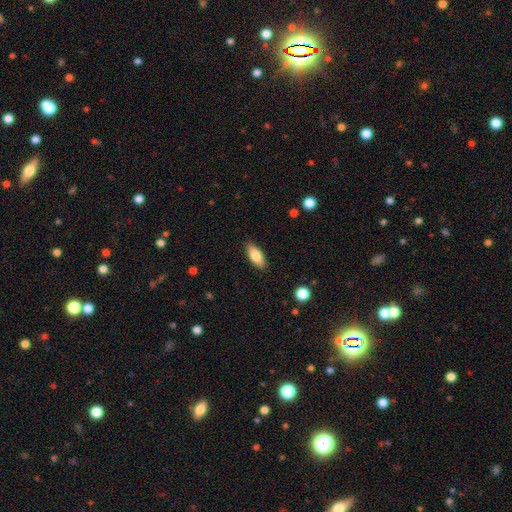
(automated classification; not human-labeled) Smooth or featured? smooth (81%)
How rounded? in between (81%)
Merging? none (87%)